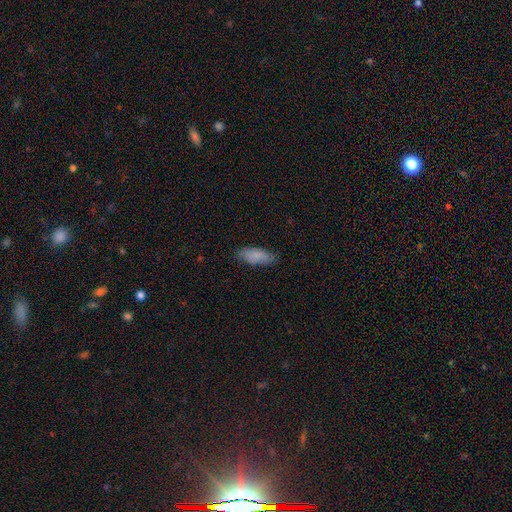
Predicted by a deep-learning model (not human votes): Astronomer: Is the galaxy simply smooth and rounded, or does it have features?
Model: smooth — 83%.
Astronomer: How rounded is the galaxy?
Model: in between — 81%.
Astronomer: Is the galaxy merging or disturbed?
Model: none — 76%.